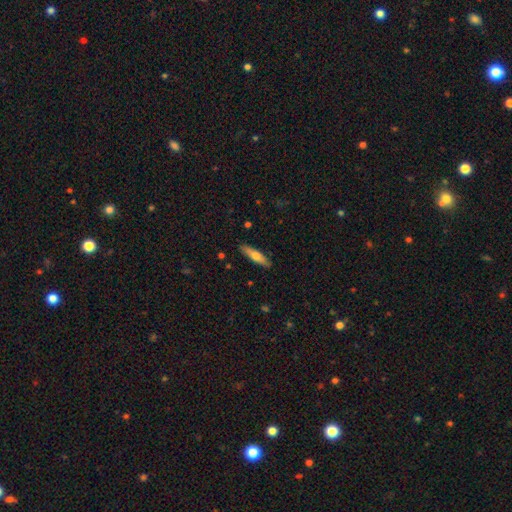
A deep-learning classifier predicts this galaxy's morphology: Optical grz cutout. It shows a smooth galaxy with no disk features (61%) that is cigar-shaped (76%). Merging: none (89%).